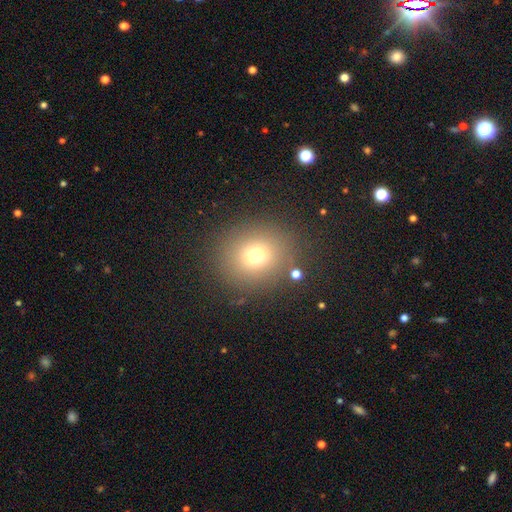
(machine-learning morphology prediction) Smooth or featured? Predicted: smooth (p=0.71). How rounded? Predicted: round (p=0.83). Merging? Predicted: none (p=0.84).